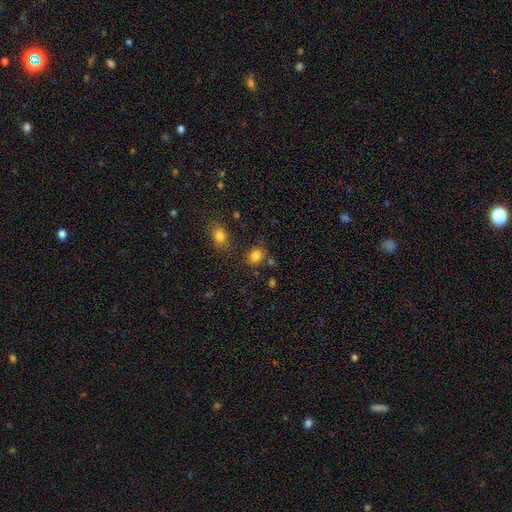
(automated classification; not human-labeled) Overall: smooth (83%). How rounded: round (72%). Merging: none (76%).